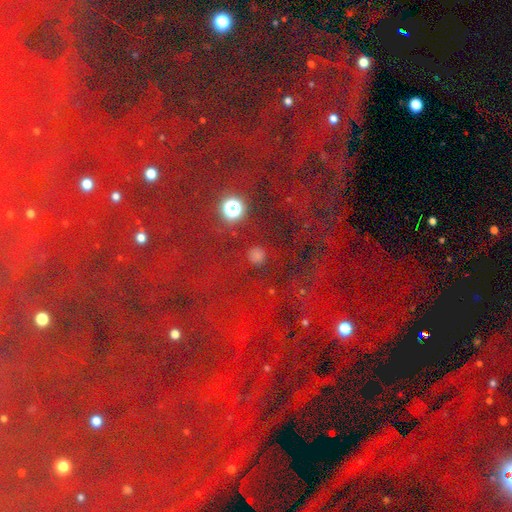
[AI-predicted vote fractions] A star or artifact, not a galaxy (64%).

Vote fractions:
- Smooth or featured? star or artifact: 64% / smooth: 27% / featured or disk: 9%